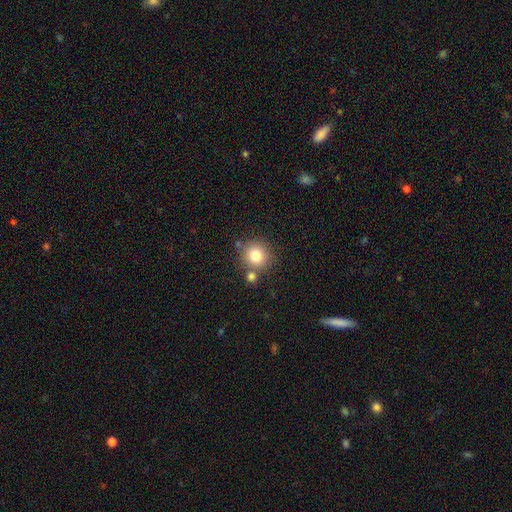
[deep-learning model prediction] smooth-or-featured: smooth: 78% | star or artifact: 12% | featured or disk: 10%
  how-rounded: round: 89% | in between: 10% | cigar-shaped: 1%
  merging: none: 70% | merger: 17% | minor disturbance: 10% | major disturbance: 3%